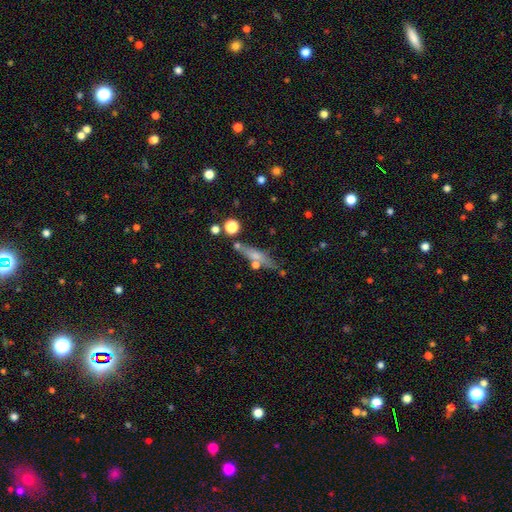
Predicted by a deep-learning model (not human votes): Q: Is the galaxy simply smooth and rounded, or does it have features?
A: smooth — 56%.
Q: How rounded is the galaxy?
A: cigar-shaped — 74%.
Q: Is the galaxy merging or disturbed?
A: none — 68%.